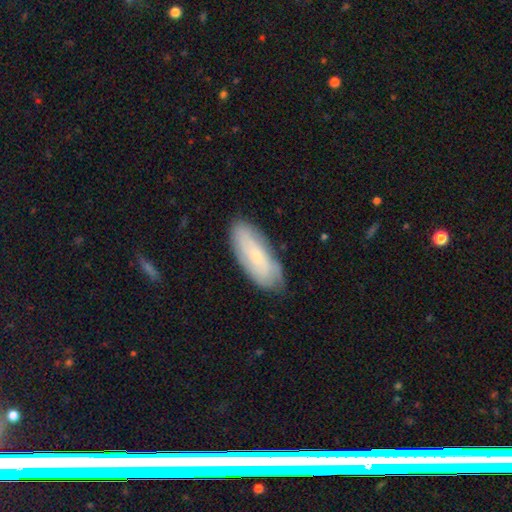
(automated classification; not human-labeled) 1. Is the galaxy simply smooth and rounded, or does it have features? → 56% smooth, 37% featured or disk, 7% star or artifact.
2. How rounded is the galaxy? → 75% in between, 23% cigar-shaped, 2% round.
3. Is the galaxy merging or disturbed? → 77% none, 18% minor disturbance, 4% major disturbance, 1% merger.